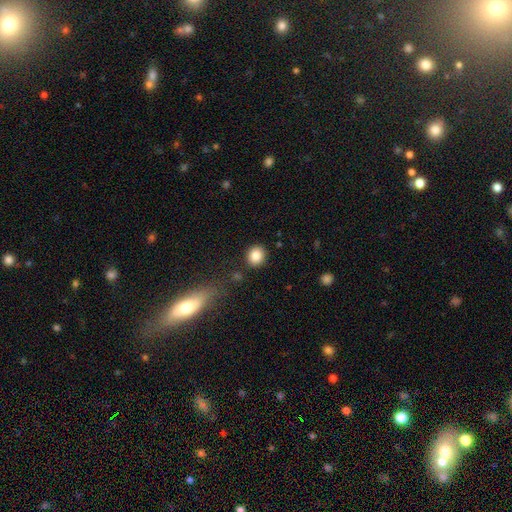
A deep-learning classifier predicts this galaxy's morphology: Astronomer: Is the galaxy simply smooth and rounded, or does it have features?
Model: smooth — 85%.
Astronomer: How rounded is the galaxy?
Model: round — 77%.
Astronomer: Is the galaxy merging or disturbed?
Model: none — 87%.